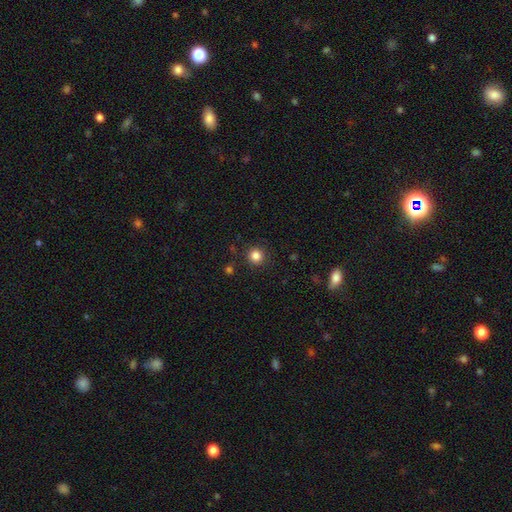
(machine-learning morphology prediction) smooth-or-featured: smooth: 84% | star or artifact: 12% | featured or disk: 4%
  how-rounded: round: 93% | in between: 6% | cigar-shaped: 1%
  merging: none: 90% | minor disturbance: 6% | major disturbance: 2% | merger: 2%